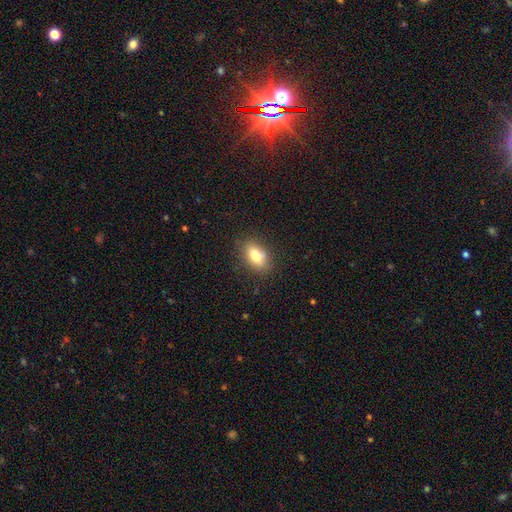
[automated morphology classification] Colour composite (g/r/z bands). It shows a smooth galaxy with no disk features (80%) that is in between round and cigar-shaped (86%). Merging: none (82%).